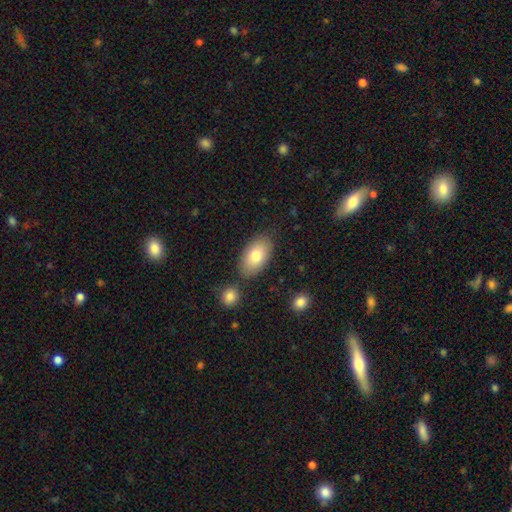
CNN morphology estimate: Smooth or featured? smooth (77%)
How rounded? in between (92%)
Merging? none (78%)